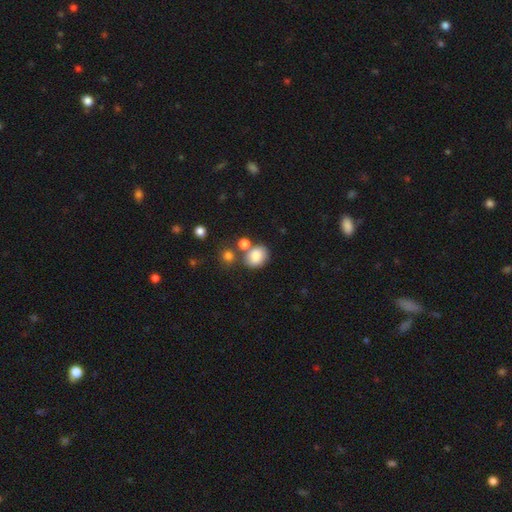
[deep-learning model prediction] Smooth or featured? Predicted: smooth (p=0.83). How rounded? Predicted: in between (p=0.50). Merging? Predicted: none (p=0.60).